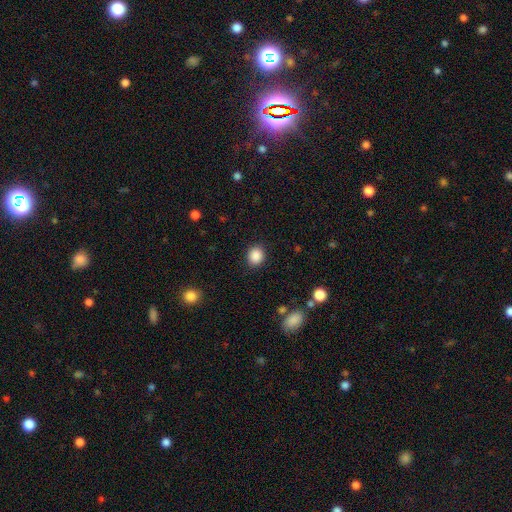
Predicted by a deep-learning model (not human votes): Q: Smooth or featured?
A: smooth (88%); runner-up: star or artifact (9%)
Q: How rounded?
A: round (68%); runner-up: in between (31%)
Q: Merging?
A: none (89%); runner-up: minor disturbance (7%)